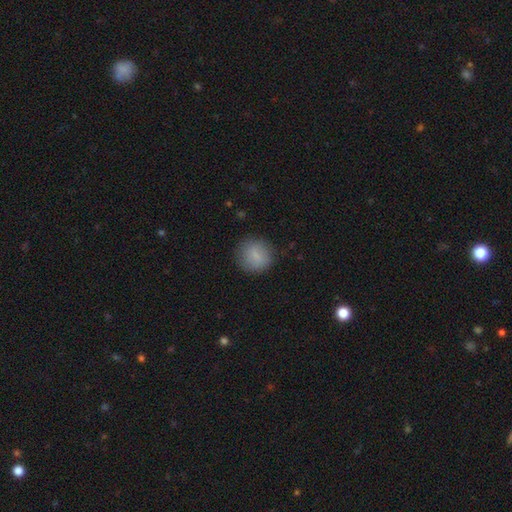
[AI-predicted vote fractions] Smooth or featured: smooth — 80% (featured or disk — 12%)
How rounded: round — 86% (in between — 12%)
Merging: none — 83% (minor disturbance — 12%)